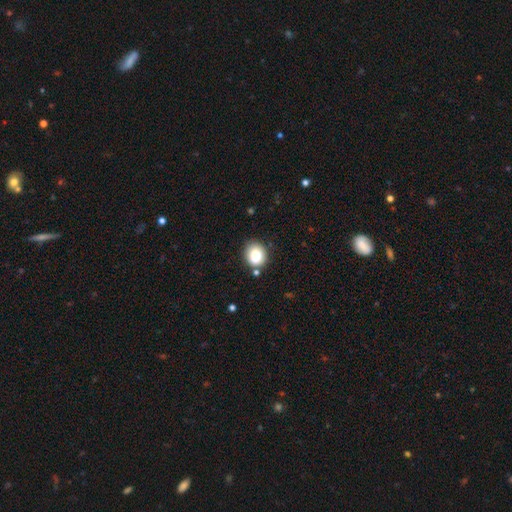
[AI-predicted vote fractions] smooth-or-featured: smooth: 83% | star or artifact: 9% | featured or disk: 7%
  how-rounded: round: 66% | in between: 34% | cigar-shaped: 1%
  merging: none: 78% | minor disturbance: 14% | merger: 5% | major disturbance: 3%